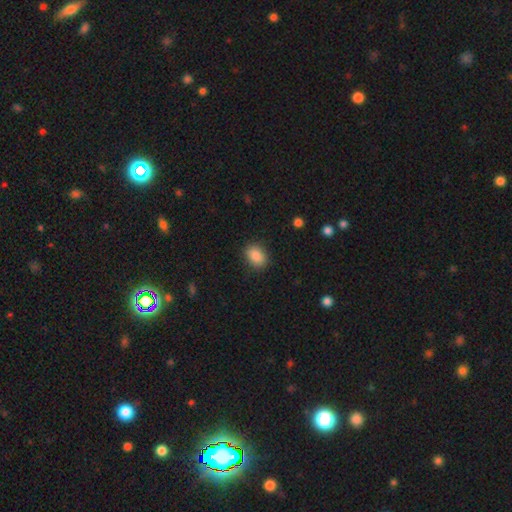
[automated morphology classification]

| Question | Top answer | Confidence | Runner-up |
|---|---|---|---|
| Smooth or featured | smooth | 88% | star or artifact (8%) |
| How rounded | in between | 70% | round (29%) |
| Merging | none | 86% | minor disturbance (10%) |